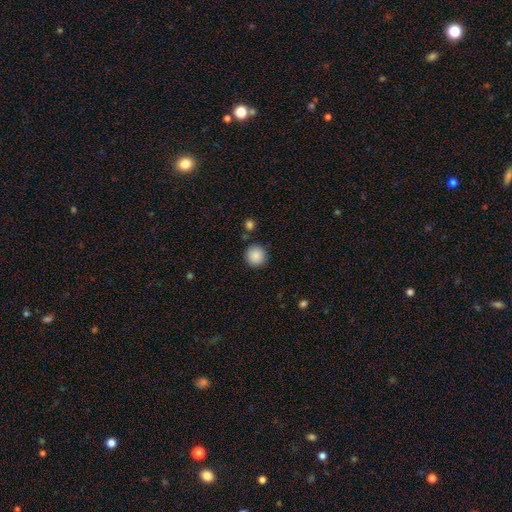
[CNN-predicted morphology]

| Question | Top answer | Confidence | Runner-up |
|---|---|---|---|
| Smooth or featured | smooth | 89% | star or artifact (8%) |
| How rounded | round | 95% | in between (4%) |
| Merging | none | 89% | minor disturbance (6%) |